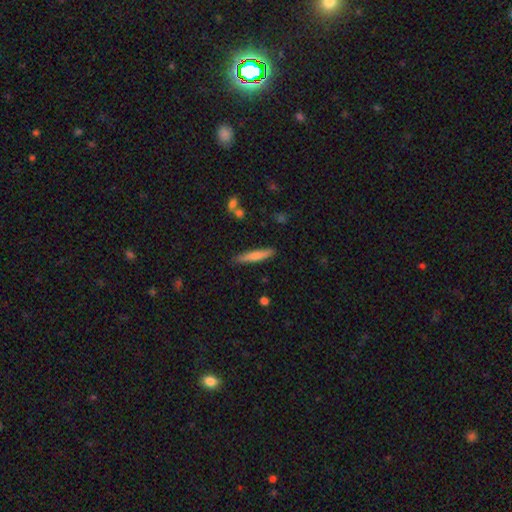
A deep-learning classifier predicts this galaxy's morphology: smooth_or_featured: smooth (p=0.70) [alt: featured or disk p=0.24]
how_rounded: cigar-shaped (p=0.90) [alt: in between p=0.08]
merging: none (p=0.86) [alt: minor disturbance p=0.10]